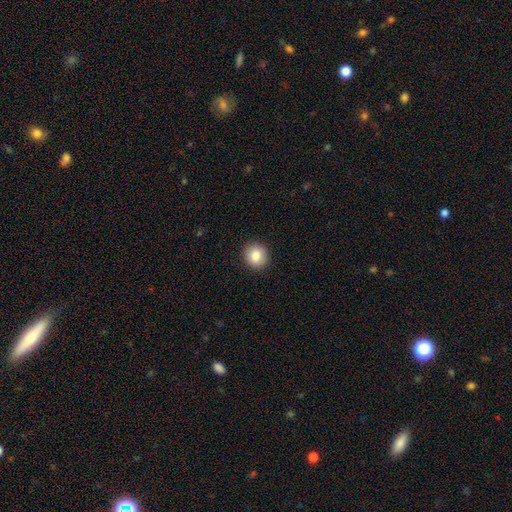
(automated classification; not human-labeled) This is clearly a smooth galaxy (84%). How rounded: clearly round (81%). Merging: clearly none (90%).